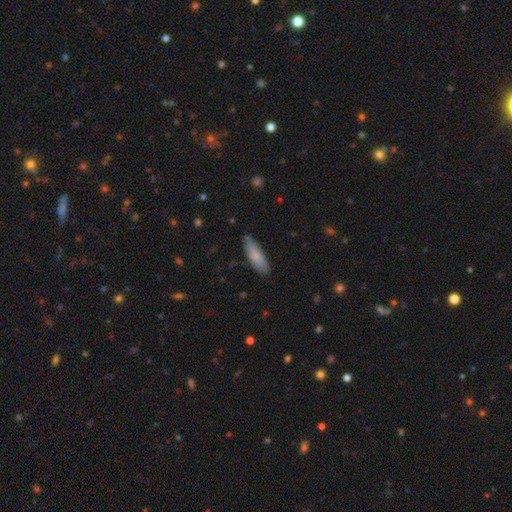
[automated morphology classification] Smooth or featured? smooth (80%)
How rounded? in between (53%)
Merging? none (80%)